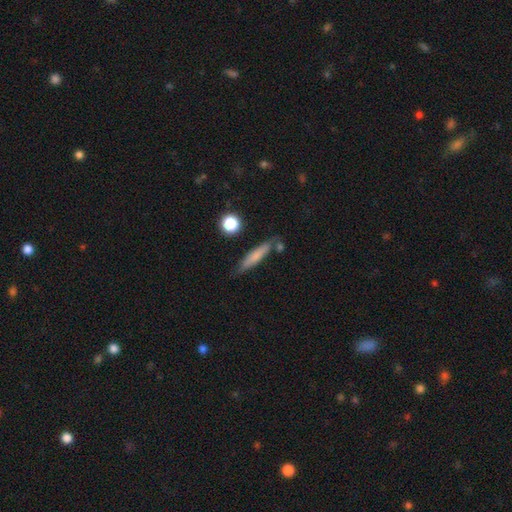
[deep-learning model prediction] smooth-or-featured: smooth: 70% | featured or disk: 23% | star or artifact: 8%
  how-rounded: cigar-shaped: 84% | in between: 13% | round: 3%
  merging: none: 74% | minor disturbance: 16% | merger: 7% | major disturbance: 4%